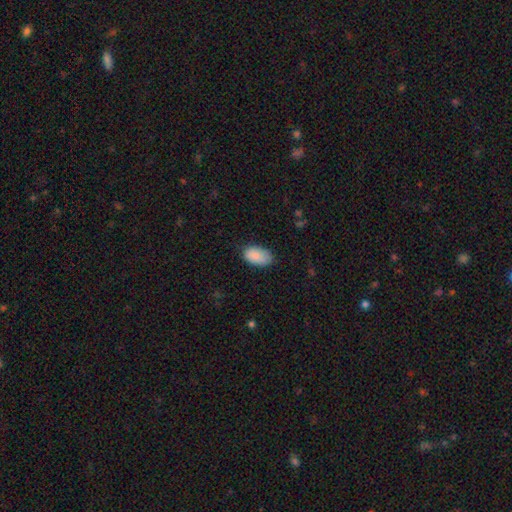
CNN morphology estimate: smooth_or_featured: smooth (p=0.88) [alt: star or artifact p=0.07]
how_rounded: in between (p=0.94) [alt: round p=0.05]
merging: none (p=0.75) [alt: minor disturbance p=0.21]